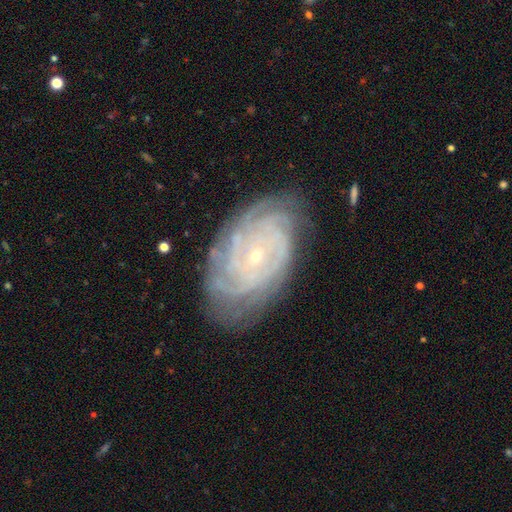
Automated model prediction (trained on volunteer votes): This appears to be a featured or disk galaxy (87%) with no bar (72%), can't tell (25%, tied with 4) tight (82%) spiral arms (98%) and a small central bulge (80%). Merging: none (80%).